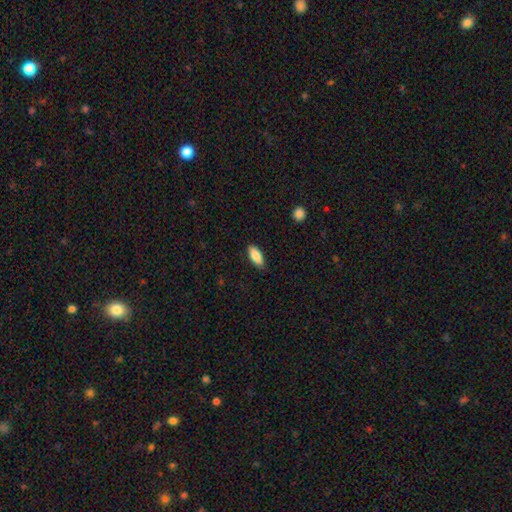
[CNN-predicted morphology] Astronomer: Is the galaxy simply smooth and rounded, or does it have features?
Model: smooth — 86%.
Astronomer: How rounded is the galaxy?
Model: in between — 84%.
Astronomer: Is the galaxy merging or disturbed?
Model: none — 86%.